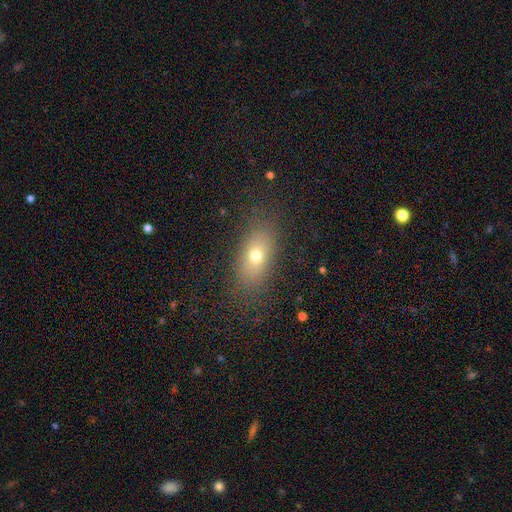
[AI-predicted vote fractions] Smooth or featured: smooth — 70% (featured or disk — 18%)
How rounded: in between — 79% (cigar-shaped — 10%)
Merging: none — 83% (minor disturbance — 11%)